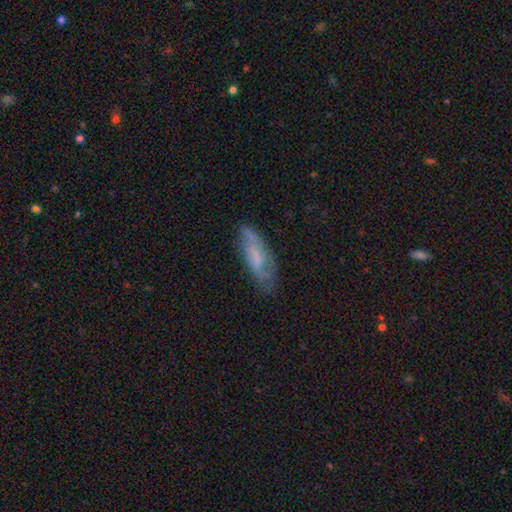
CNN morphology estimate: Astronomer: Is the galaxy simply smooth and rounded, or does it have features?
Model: featured or disk — 52% (runner-up: smooth, 40%).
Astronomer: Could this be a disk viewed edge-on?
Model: no — 80%.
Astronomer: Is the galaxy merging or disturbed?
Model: none — 69%.